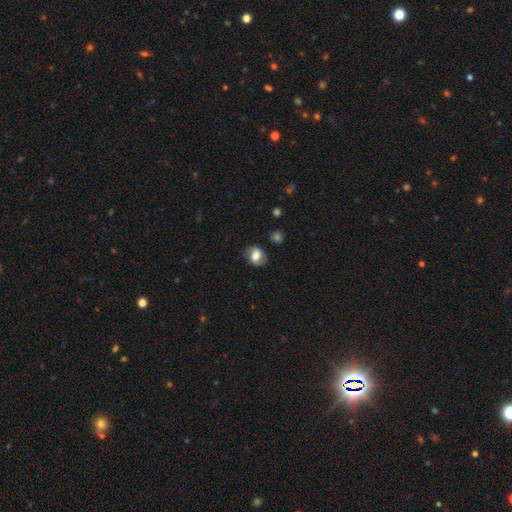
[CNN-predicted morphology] A smooth galaxy with no disk features (53%) that is in between round and cigar-shaped (58%).

Vote fractions:
- Smooth or featured? smooth: 53% / featured or disk: 39% / star or artifact: 9%
- How rounded? in between: 58% / round: 40% / cigar-shaped: 1%
- Merging? none: 75% / minor disturbance: 17% / major disturbance: 6% / merger: 2%